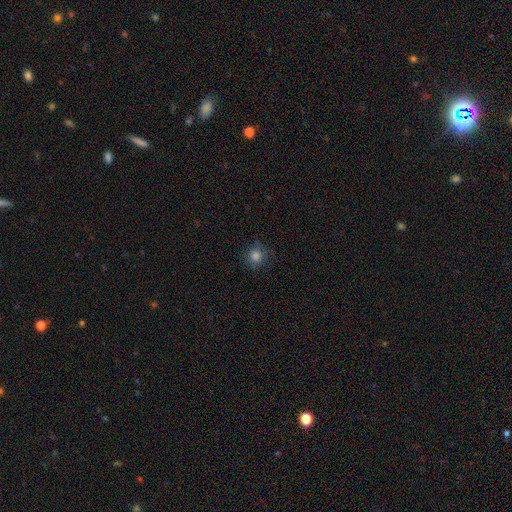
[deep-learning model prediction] Smooth or featured? smooth (82%)
How rounded? round (92%)
Merging? none (81%)